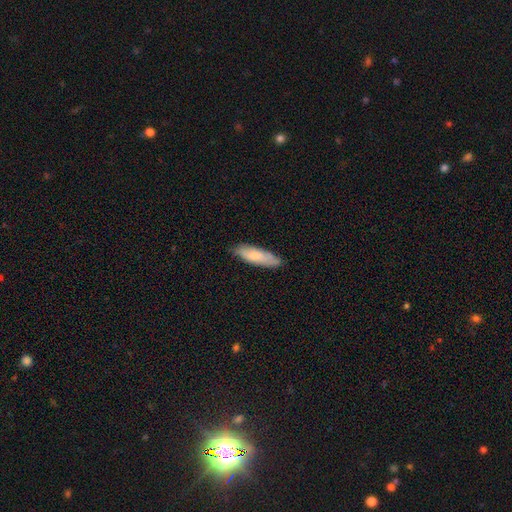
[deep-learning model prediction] A smooth galaxy with no disk features (77%) that is cigar-shaped (58%).

Vote fractions:
- Smooth or featured? smooth: 77% / featured or disk: 18% / star or artifact: 6%
- How rounded? cigar-shaped: 58% / in between: 41% / round: 1%
- Merging? none: 80% / minor disturbance: 17% / major disturbance: 2% / merger: 1%